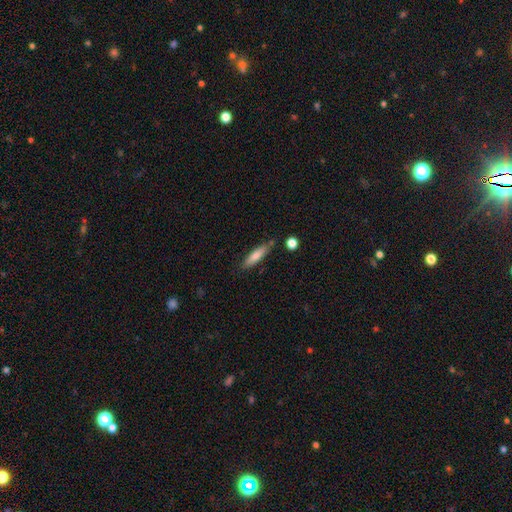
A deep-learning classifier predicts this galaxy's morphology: Q: Smooth or featured?
A: smooth (76%); runner-up: featured or disk (17%)
Q: How rounded?
A: cigar-shaped (73%); runner-up: in between (26%)
Q: Merging?
A: none (78%); runner-up: minor disturbance (14%)